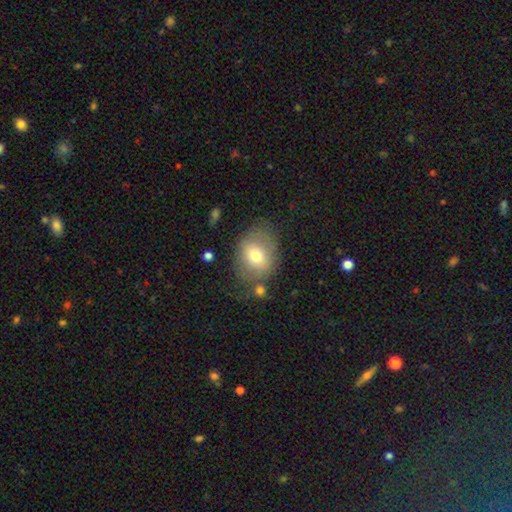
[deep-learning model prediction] Smooth or featured: smooth — 69% (featured or disk — 22%)
How rounded: in between — 56% (round — 43%)
Merging: none — 60% (minor disturbance — 23%)